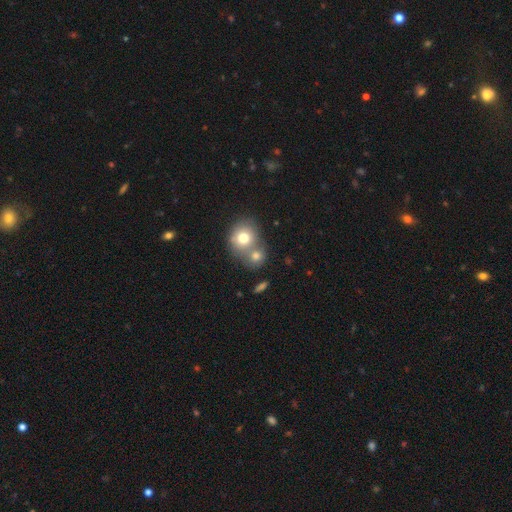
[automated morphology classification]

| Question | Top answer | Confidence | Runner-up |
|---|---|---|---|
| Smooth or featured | smooth | 75% | featured or disk (15%) |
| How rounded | round | 73% | in between (26%) |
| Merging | merger | 55% | none (34%) |